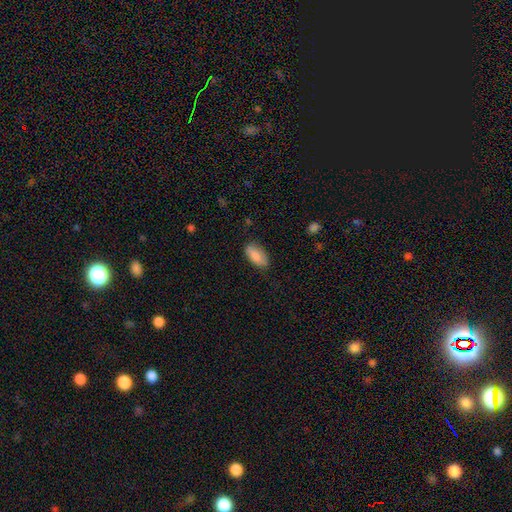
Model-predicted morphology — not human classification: Overall: smooth (85%). How rounded: in between (91%). Merging: none (79%).